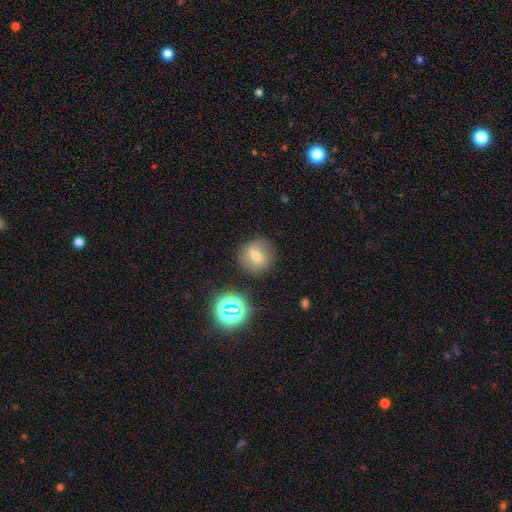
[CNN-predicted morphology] Q: Smooth or featured?
A: smooth (57%); runner-up: featured or disk (26%)
Q: How rounded?
A: round (85%); runner-up: in between (13%)
Q: Merging?
A: none (82%); runner-up: minor disturbance (11%)